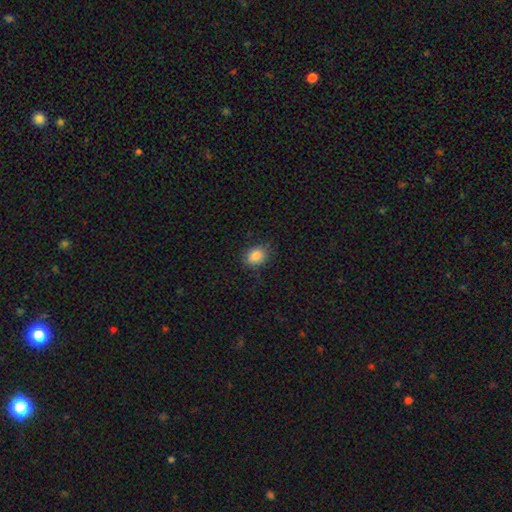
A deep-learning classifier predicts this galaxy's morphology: This is clearly a smooth galaxy (86%). How rounded: likely in between (62%). Merging: clearly none (82%).